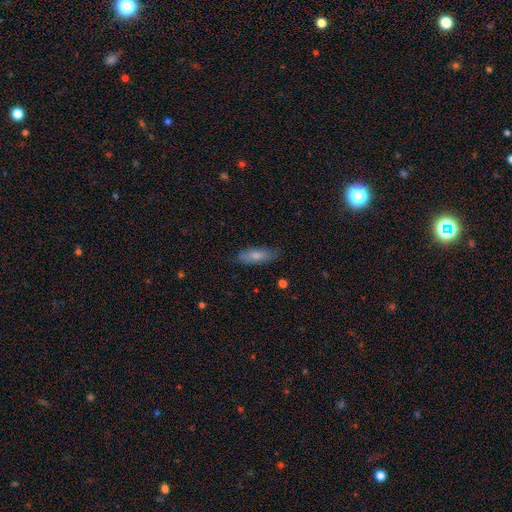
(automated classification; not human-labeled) A smooth galaxy with no disk features (77%) that is in between round and cigar-shaped (54%).

Vote fractions:
- Smooth or featured? smooth: 77% / featured or disk: 17% / star or artifact: 6%
- How rounded? in between: 54% / cigar-shaped: 44% / round: 2%
- Merging? none: 81% / minor disturbance: 15% / major disturbance: 3% / merger: 1%